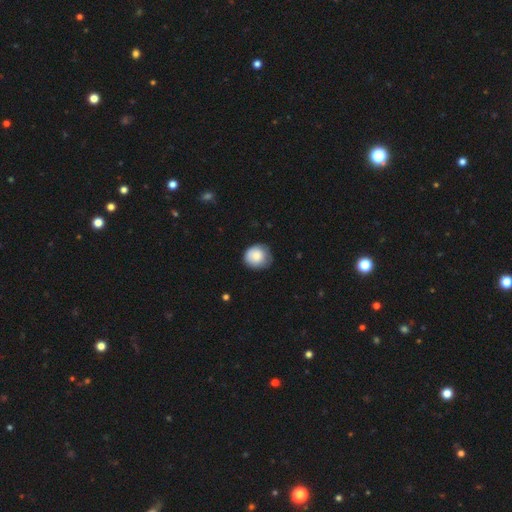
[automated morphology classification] Overall: smooth (82%). How rounded: round (82%). Merging: none (65%; minor disturbance 28%).